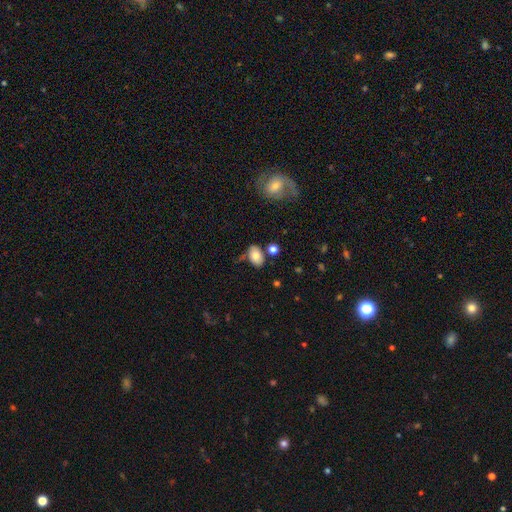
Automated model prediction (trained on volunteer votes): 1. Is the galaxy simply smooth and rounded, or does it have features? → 79% smooth, 12% featured or disk, 9% star or artifact.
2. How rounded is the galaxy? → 88% in between, 10% round, 1% cigar-shaped.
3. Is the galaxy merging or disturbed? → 67% none, 17% minor disturbance, 11% merger, 5% major disturbance.